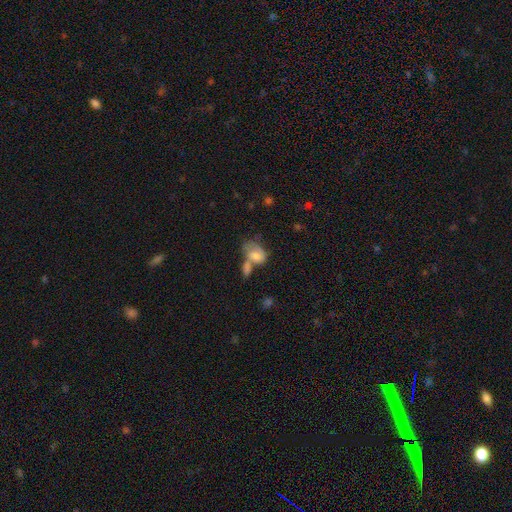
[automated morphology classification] Smooth or featured: smooth — 59% (featured or disk — 32%)
How rounded: in between — 81% (round — 17%)
Merging: merger — 53% (none — 19%)